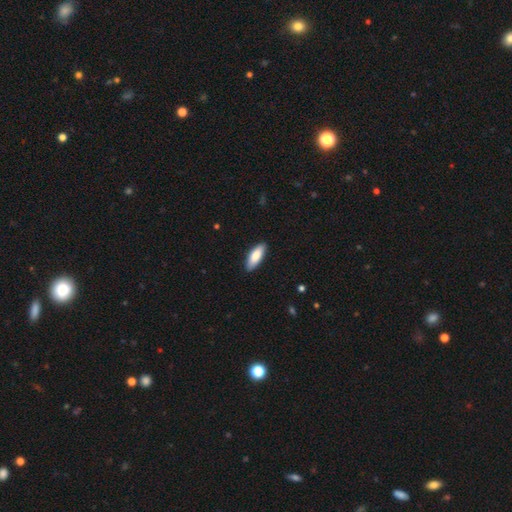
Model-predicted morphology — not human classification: This appears to be a smooth galaxy with no disk features (82%) that is in between round and cigar-shaped (70%). Merging: none (89%).